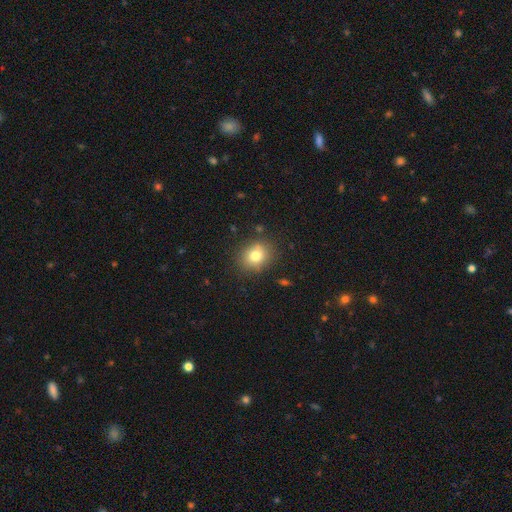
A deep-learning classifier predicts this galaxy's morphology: The model was most divided on "how rounded": round: 62%, in between: 37%, cigar-shaped: 1%. More confident: merging — none (84%); smooth or featured — smooth (78%).